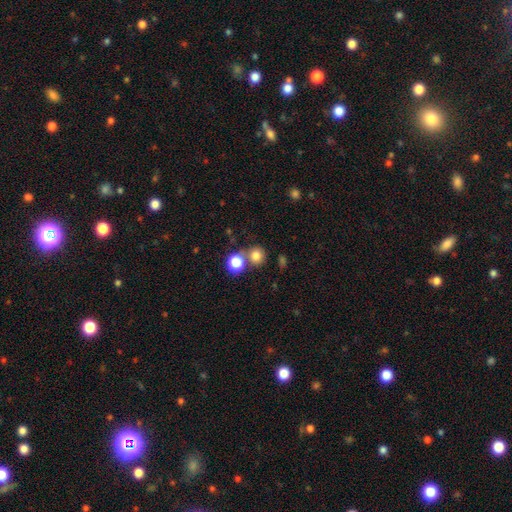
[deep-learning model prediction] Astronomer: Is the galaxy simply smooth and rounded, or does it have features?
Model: smooth — 77%.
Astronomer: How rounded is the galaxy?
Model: round — 86%.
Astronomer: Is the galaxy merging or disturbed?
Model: none — 64%.